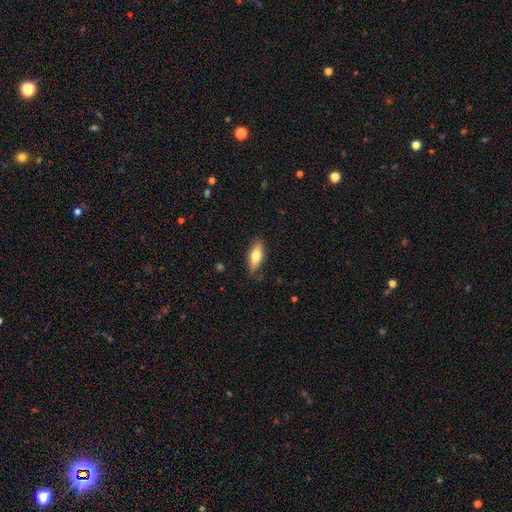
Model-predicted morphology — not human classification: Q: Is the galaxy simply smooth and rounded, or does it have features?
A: smooth — 69%.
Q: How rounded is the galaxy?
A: in between — 70%.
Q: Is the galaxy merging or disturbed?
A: none — 77%.